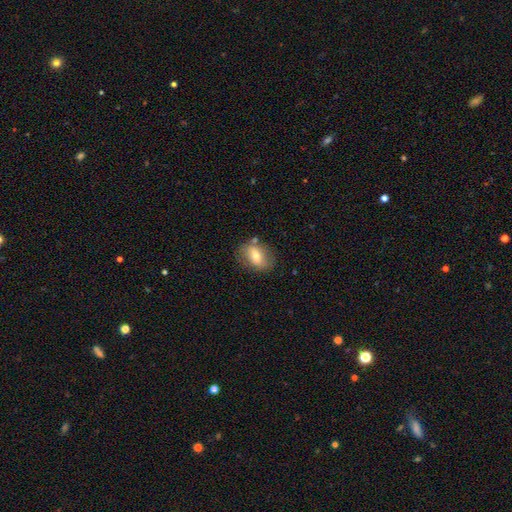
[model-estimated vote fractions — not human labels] smooth-or-featured: smooth: 62% | featured or disk: 29% | star or artifact: 8%
  how-rounded: in between: 78% | round: 19% | cigar-shaped: 2%
  merging: none: 72% | minor disturbance: 17% | merger: 6% | major disturbance: 5%